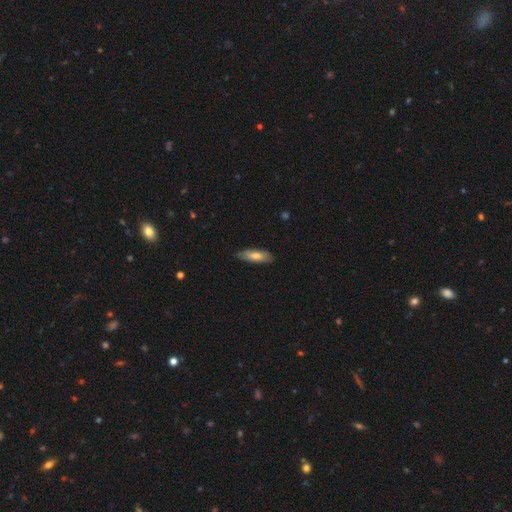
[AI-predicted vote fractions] This is likely a smooth galaxy (65%). How rounded: possibly in between (53%). Merging: clearly none (83%).